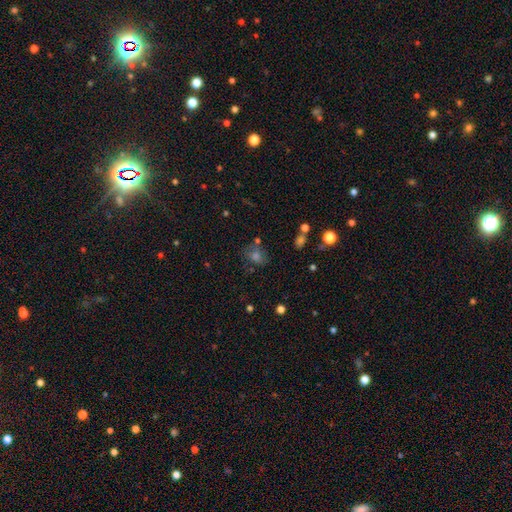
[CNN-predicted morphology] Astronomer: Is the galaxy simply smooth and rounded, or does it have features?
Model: smooth — 58%.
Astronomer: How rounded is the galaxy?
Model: round — 56% (runner-up: in between, 42%).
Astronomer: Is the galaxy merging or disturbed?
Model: none — 67%.